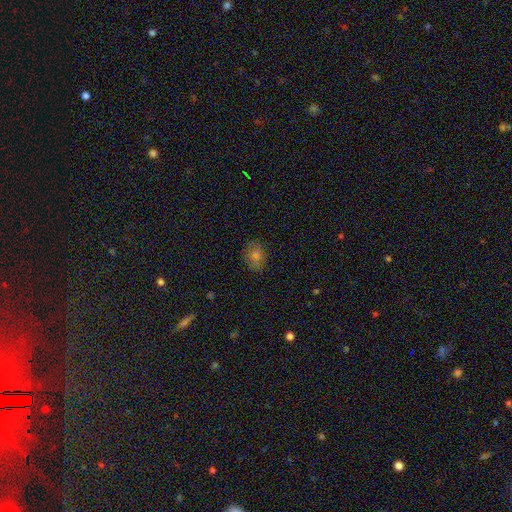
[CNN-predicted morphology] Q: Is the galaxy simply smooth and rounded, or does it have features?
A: smooth — 66%.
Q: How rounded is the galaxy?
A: in between — 56%.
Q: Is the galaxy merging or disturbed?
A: none — 81%.